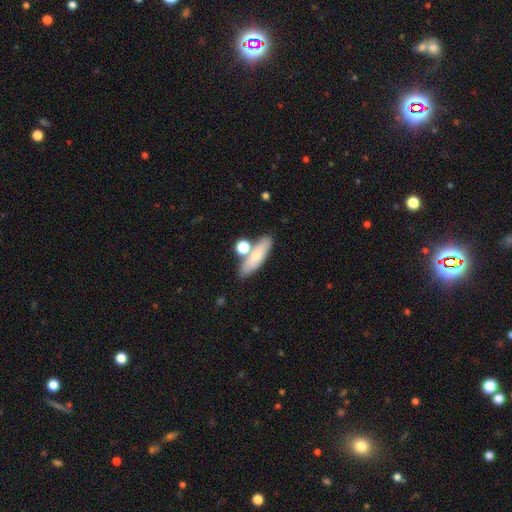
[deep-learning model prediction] The model was most divided on "how rounded": cigar-shaped: 48%, in between: 45%, round: 6%. More confident: smooth or featured — smooth (69%); merging — none (66%).